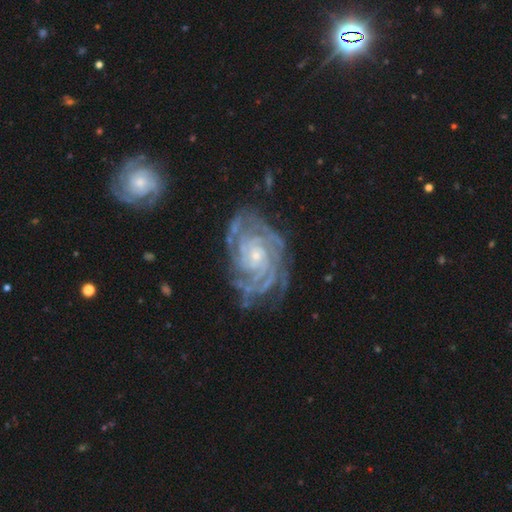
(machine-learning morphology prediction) A featured or disk galaxy (91%) with no bar (71%), 4 (28%) tight (77%) spiral arms (98%) and a small central bulge (77%). Merging: none (68%).